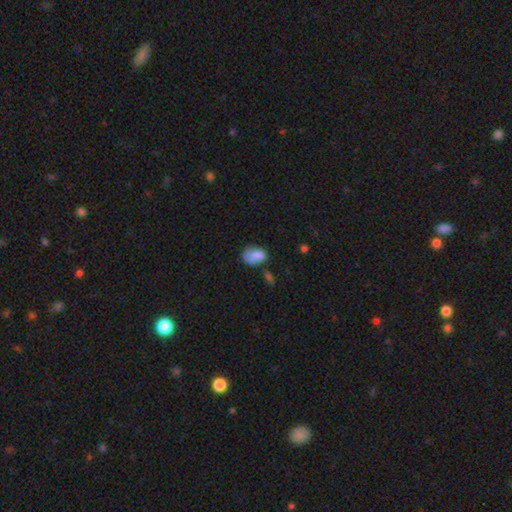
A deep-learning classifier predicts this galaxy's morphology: Q: Smooth or featured?
A: smooth (74%); runner-up: featured or disk (16%)
Q: How rounded?
A: in between (82%); runner-up: round (17%)
Q: Merging?
A: none (34%); runner-up: minor disturbance (28%)